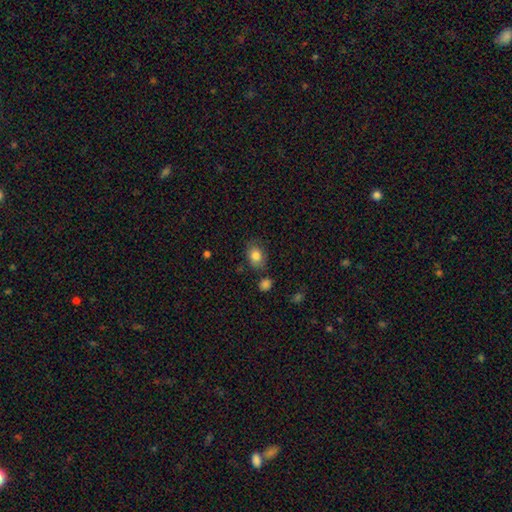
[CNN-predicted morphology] smooth 83%, star or artifact 9%, featured or disk 9%. Down the decision tree: how rounded — in between (67%); merging — none (74%).